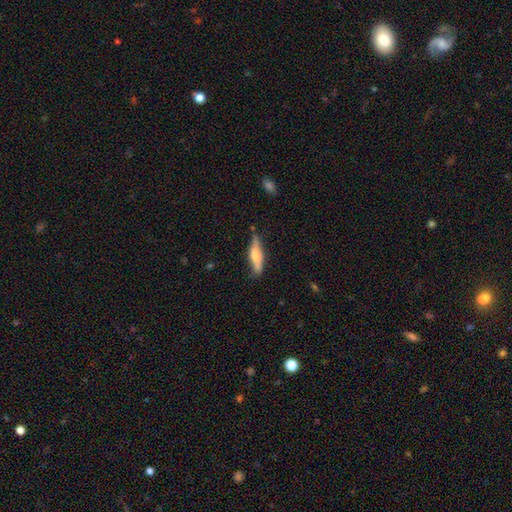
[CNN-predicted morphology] Smooth or featured?
  - smooth: 52% *
  - featured or disk: 42%
  - star or artifact: 6%
How rounded?
  - cigar-shaped: 68% *
  - in between: 30%
  - round: 2%
Merging?
  - none: 73% *
  - minor disturbance: 20%
  - major disturbance: 4%
  - merger: 3%